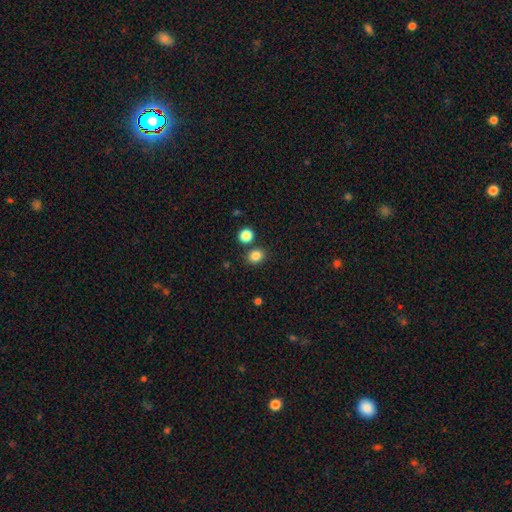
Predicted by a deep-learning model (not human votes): Q: Smooth or featured?
A: smooth (83%); runner-up: star or artifact (12%)
Q: How rounded?
A: round (66%); runner-up: in between (33%)
Q: Merging?
A: none (80%); runner-up: merger (9%)